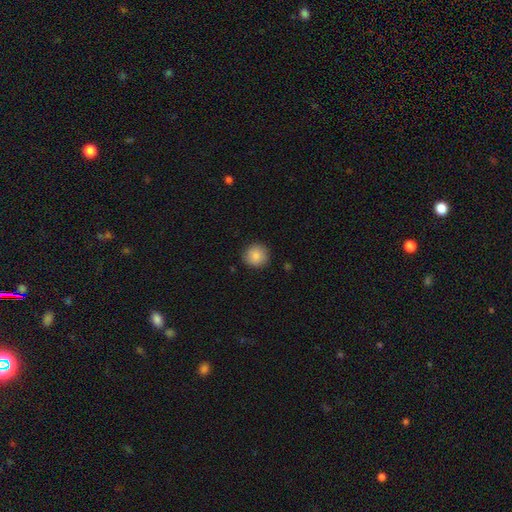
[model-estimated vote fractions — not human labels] smooth 87%, star or artifact 8%, featured or disk 5%. Down the decision tree: how rounded — round (92%); merging — none (89%).